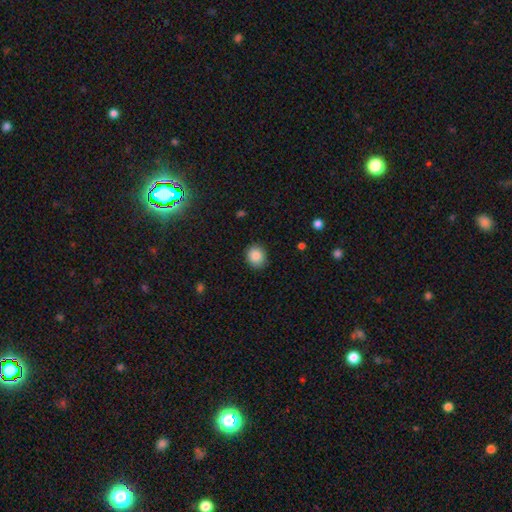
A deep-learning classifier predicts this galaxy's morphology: Overall: smooth (87%). How rounded: round (73%). Merging: none (89%).